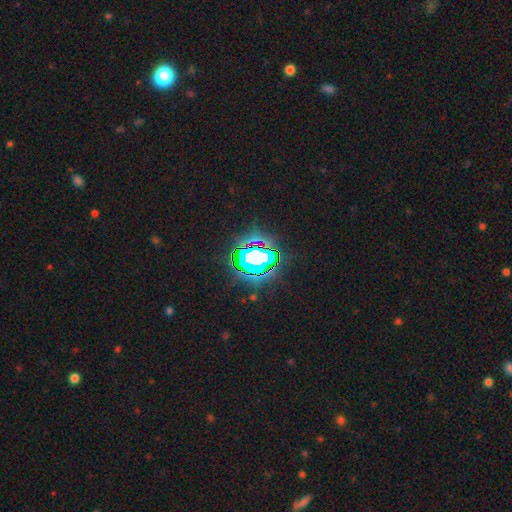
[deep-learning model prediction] Overall: star or artifact (69%).